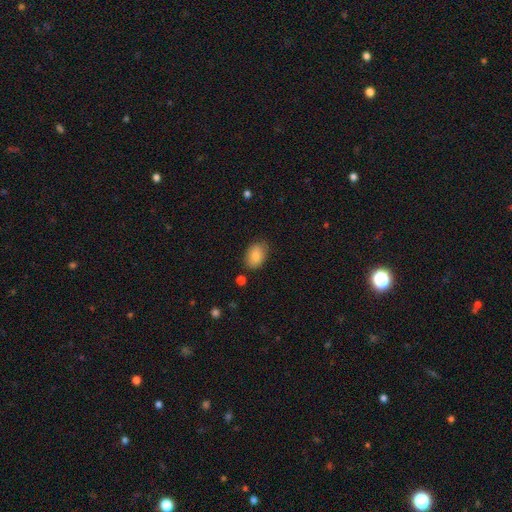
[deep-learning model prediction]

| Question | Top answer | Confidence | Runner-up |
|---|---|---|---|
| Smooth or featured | smooth | 84% | featured or disk (9%) |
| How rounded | in between | 83% | round (16%) |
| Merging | none | 79% | minor disturbance (16%) |